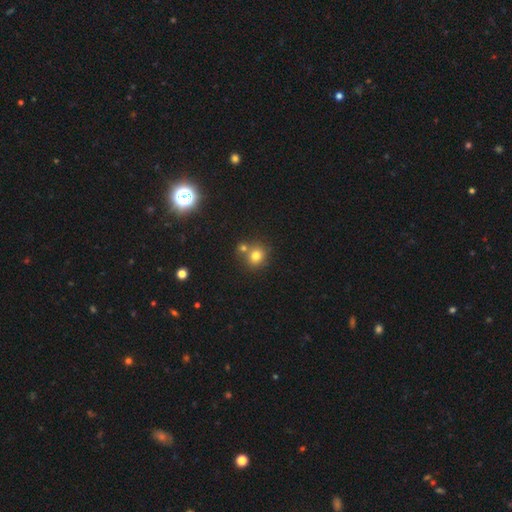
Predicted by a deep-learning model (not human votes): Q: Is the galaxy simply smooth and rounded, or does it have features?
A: smooth — 77%.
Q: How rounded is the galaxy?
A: round — 85%.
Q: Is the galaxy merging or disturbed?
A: none — 58%.